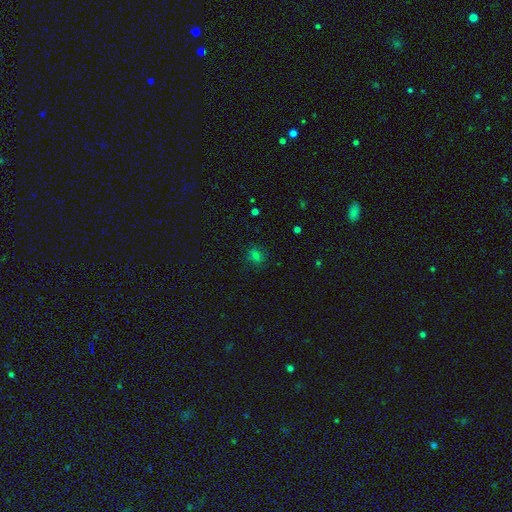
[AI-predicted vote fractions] Smooth or featured?
  - smooth: 63% *
  - star or artifact: 24%
  - featured or disk: 13%
How rounded?
  - round: 70% *
  - in between: 29%
  - cigar-shaped: 1%
Merging?
  - none: 81% *
  - minor disturbance: 13%
  - major disturbance: 4%
  - merger: 1%